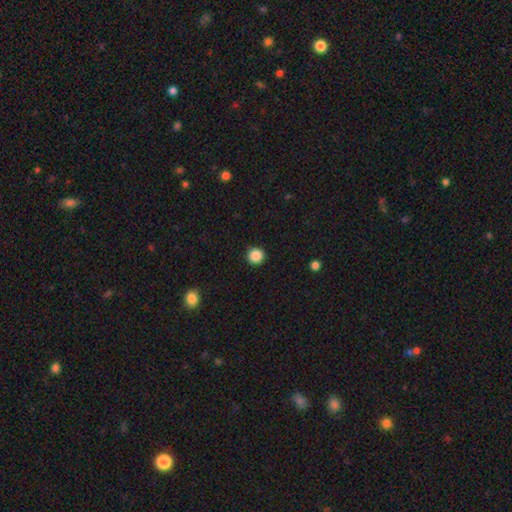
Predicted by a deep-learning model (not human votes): Smooth or featured: smooth — 87% (star or artifact — 10%)
How rounded: round — 95% (in between — 4%)
Merging: none — 92% (minor disturbance — 5%)